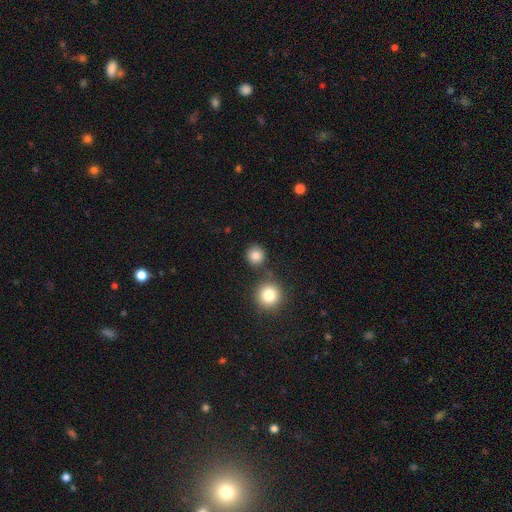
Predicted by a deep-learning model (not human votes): smooth-or-featured: smooth: 83% | star or artifact: 11% | featured or disk: 5%
  how-rounded: round: 93% | in between: 6% | cigar-shaped: 1%
  merging: none: 80% | merger: 10% | minor disturbance: 8% | major disturbance: 3%